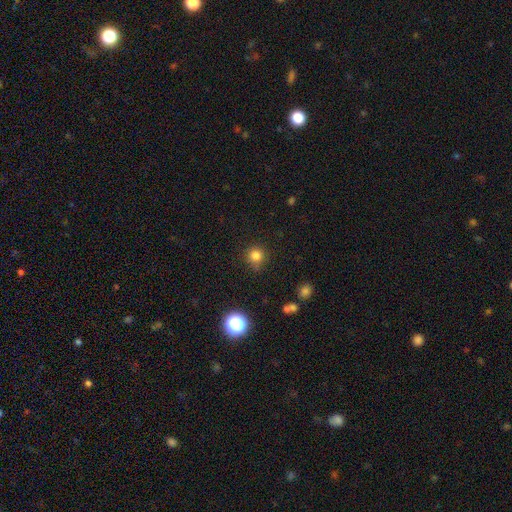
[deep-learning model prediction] Smooth or featured? Predicted: smooth (p=0.81). How rounded? Predicted: round (p=0.93). Merging? Predicted: none (p=0.80).